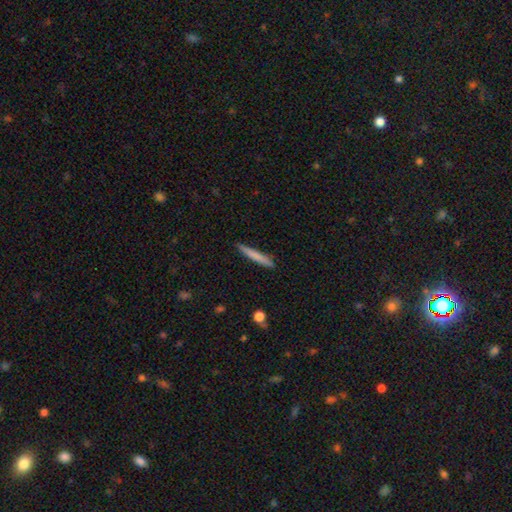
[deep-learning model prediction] Smooth or featured? Predicted: smooth (p=0.73). How rounded? Predicted: cigar-shaped (p=0.96). Merging? Predicted: none (p=0.88).